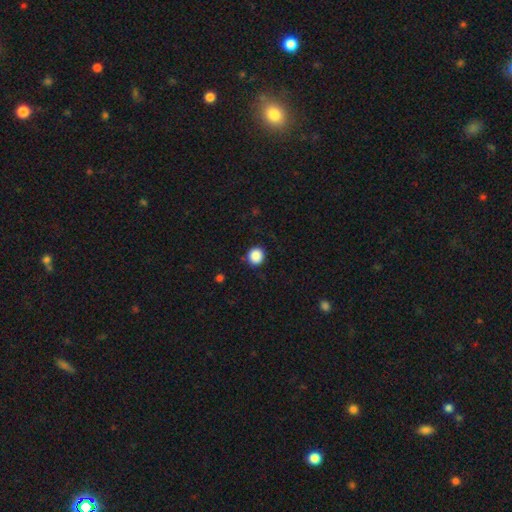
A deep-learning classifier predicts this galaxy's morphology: smooth 88%, star or artifact 9%, featured or disk 3%. Down the decision tree: how rounded — round (92%); merging — none (88%).